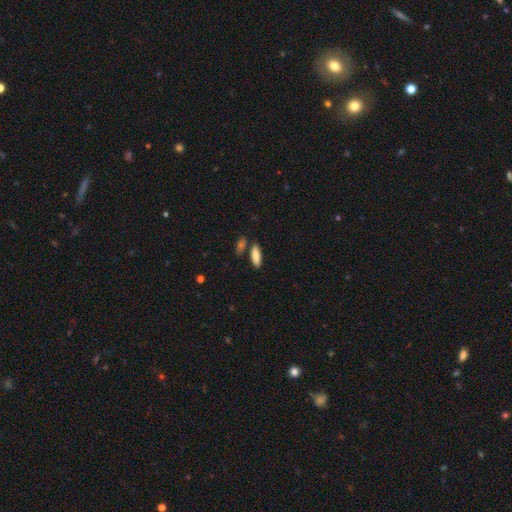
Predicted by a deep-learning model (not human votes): A smooth galaxy with no disk features (85%) that is in between round and cigar-shaped (54%).

Vote fractions:
- Smooth or featured? smooth: 85% / featured or disk: 9% / star or artifact: 6%
- How rounded? in between: 54% / cigar-shaped: 44% / round: 2%
- Merging? none: 76% / minor disturbance: 11% / merger: 11% / major disturbance: 3%